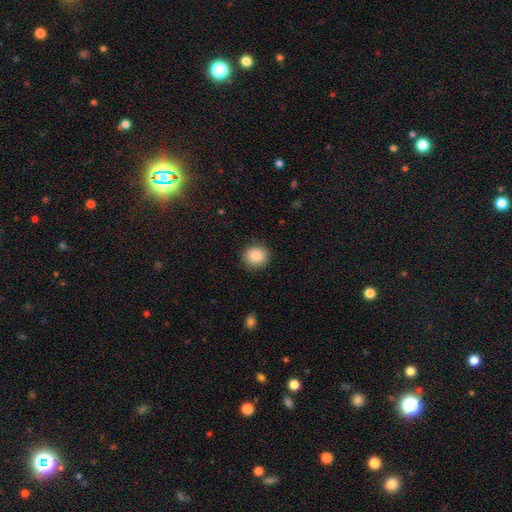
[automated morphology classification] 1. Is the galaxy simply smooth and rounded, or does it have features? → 84% smooth, 9% star or artifact, 7% featured or disk.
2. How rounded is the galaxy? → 88% round, 11% in between, 1% cigar-shaped.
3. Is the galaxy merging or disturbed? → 89% none, 8% minor disturbance, 2% major disturbance, 1% merger.